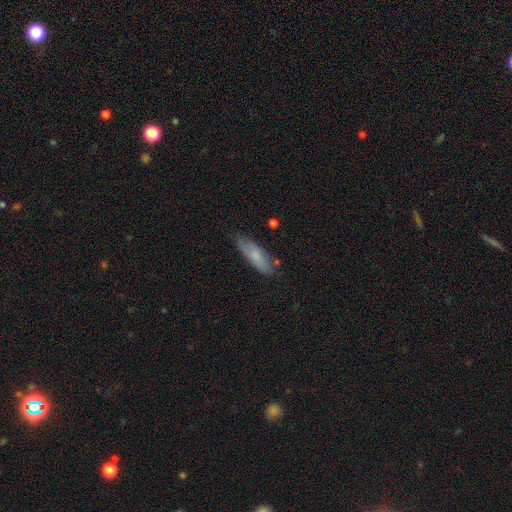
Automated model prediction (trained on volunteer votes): This is likely a smooth galaxy (71%). How rounded: possibly in between (51%). Merging: likely none (72%).